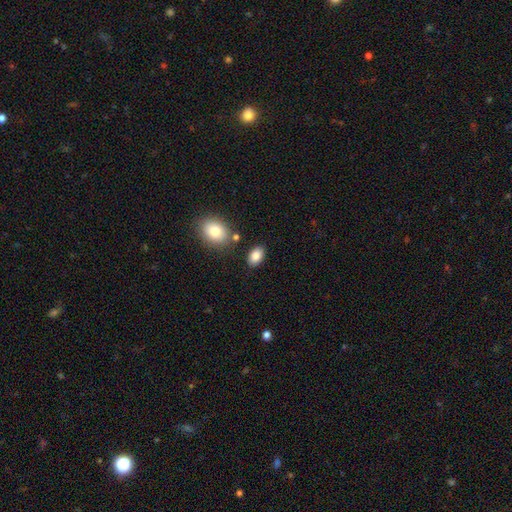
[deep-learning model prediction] This appears to be a smooth galaxy with no disk features (86%) that is in between round and cigar-shaped (88%). Merging: none (82%).